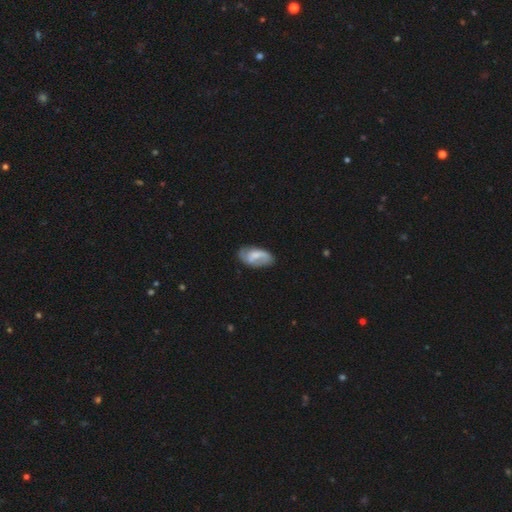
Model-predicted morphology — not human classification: A featured or disk galaxy (49%). Merging: none (62%).